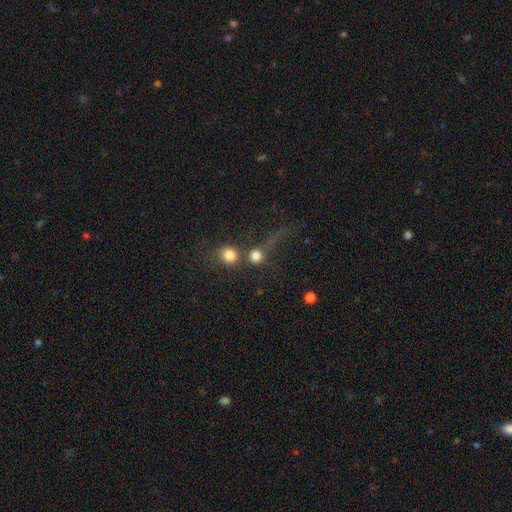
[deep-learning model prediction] Morphology: type=smooth (79%); roundness=round (90%); merging=none (49%).